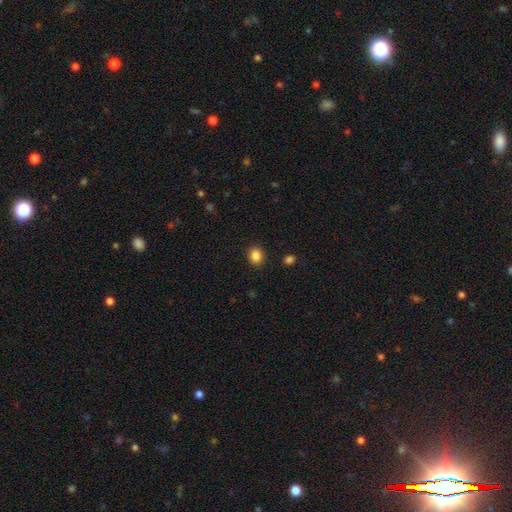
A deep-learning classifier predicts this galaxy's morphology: A smooth galaxy with no disk features (86%) that is round (61%). Merging: none (90%).